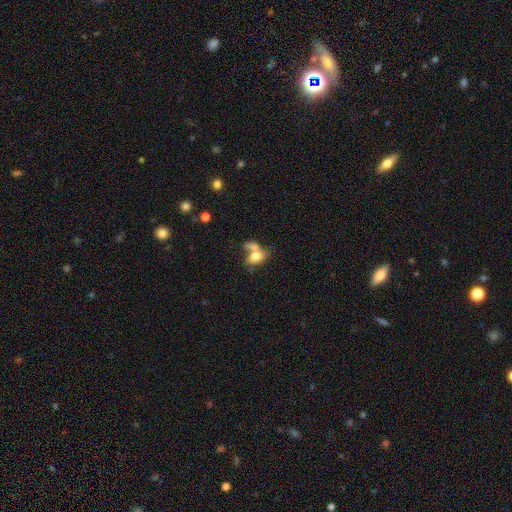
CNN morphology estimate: Smooth or featured: smooth — 73% (featured or disk — 19%)
How rounded: in between — 79% (round — 18%)
Merging: merger — 60% (none — 22%)